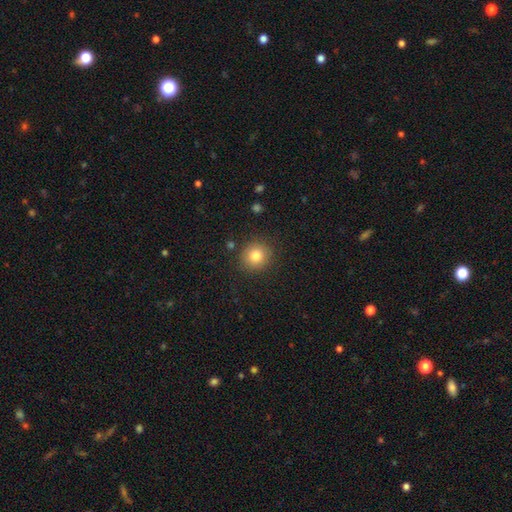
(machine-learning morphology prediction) A smooth galaxy with no disk features (81%) that is round (88%). Merging: none (87%).